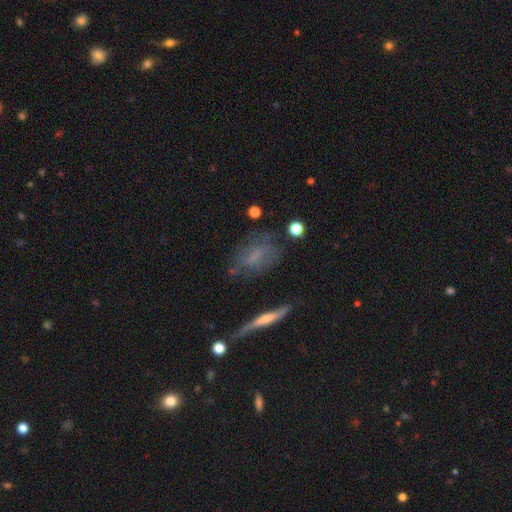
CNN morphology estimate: The model was most divided on "smooth or featured": smooth: 47%, featured or disk: 39%, star or artifact: 15%. More confident: merging — none (57%).